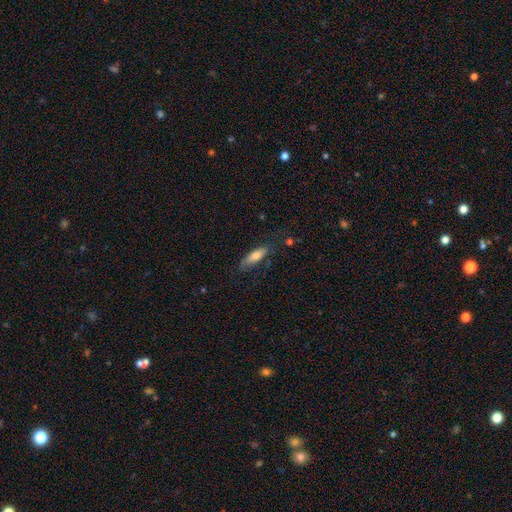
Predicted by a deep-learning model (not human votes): Smooth or featured?
  - smooth: 73% *
  - featured or disk: 20%
  - star or artifact: 7%
How rounded?
  - in between: 54% *
  - cigar-shaped: 44%
  - round: 2%
Merging?
  - none: 68% *
  - minor disturbance: 23%
  - major disturbance: 7%
  - merger: 2%